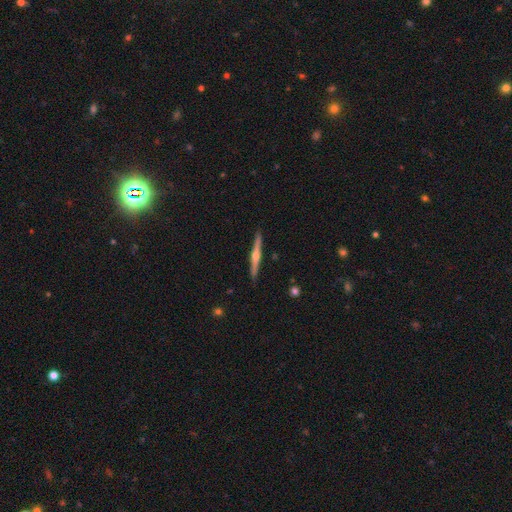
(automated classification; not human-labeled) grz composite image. It shows a featured or disk galaxy (74%) viewed edge-on (98%) with a rounded central bulge (92%). Merging: none (91%).